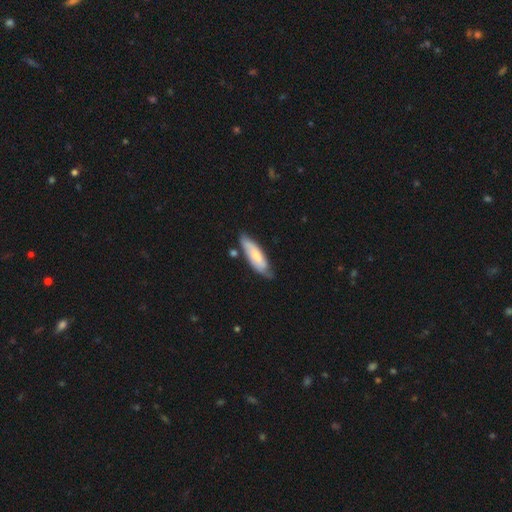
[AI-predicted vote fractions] Smooth or featured: smooth — 59% (featured or disk — 35%)
How rounded: cigar-shaped — 49% (tied with in between — 49%)
Merging: none — 62% (minor disturbance — 27%)